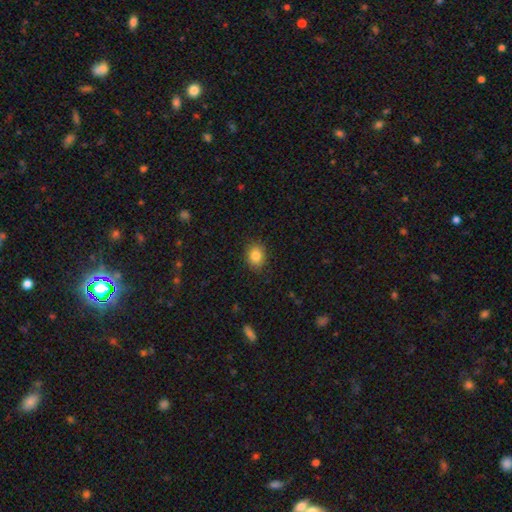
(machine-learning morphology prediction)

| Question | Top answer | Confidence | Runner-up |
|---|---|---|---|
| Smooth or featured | smooth | 85% | star or artifact (9%) |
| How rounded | in between | 55% | round (44%) |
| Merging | none | 86% | minor disturbance (10%) |